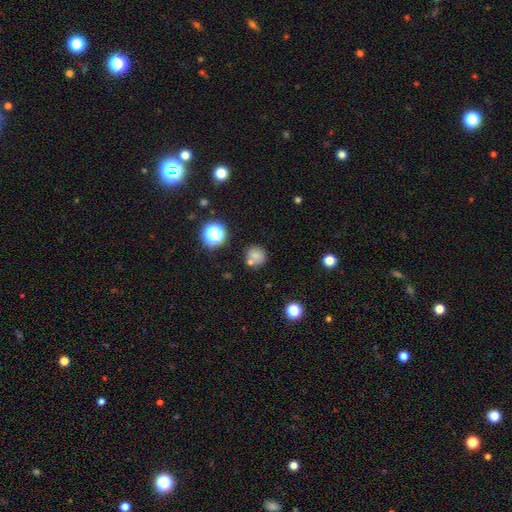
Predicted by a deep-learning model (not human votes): smooth_or_featured: smooth (p=0.75) [alt: star or artifact p=0.16]
how_rounded: round (p=0.90) [alt: in between p=0.09]
merging: none (p=0.68) [alt: merger p=0.16]